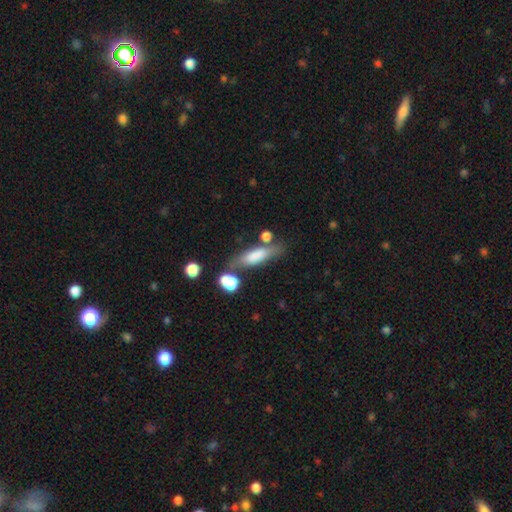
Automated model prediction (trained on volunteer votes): A smooth galaxy with no disk features (68%) that is cigar-shaped (55%). Merging: none (58%).